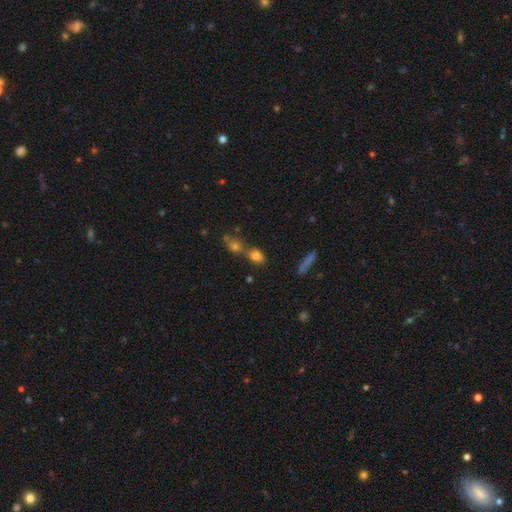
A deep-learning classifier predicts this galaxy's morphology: Smooth or featured? smooth (76%)
How rounded? in between (62%)
Merging? merger (47%)